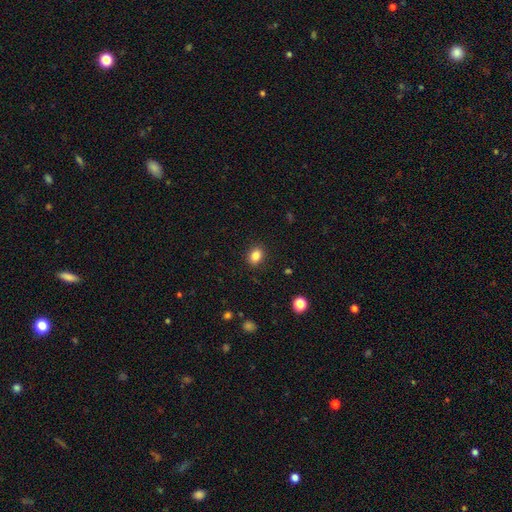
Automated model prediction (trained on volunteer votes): smooth 85%, star or artifact 10%, featured or disk 5%. Down the decision tree: how rounded — in between (63%); merging — none (88%).